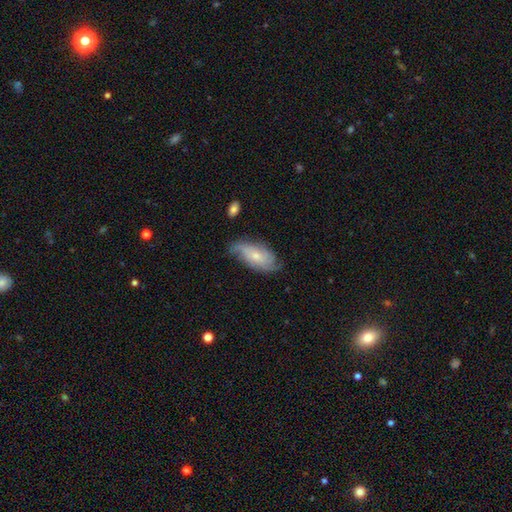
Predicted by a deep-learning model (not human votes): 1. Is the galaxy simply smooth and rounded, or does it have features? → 65% featured or disk, 28% smooth, 6% star or artifact.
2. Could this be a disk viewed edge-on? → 92% no, 8% yes.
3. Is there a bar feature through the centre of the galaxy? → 71% no, 24% weak, 4% strong.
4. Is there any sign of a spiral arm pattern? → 89% yes, 11% no.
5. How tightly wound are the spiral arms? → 38% medium, 35% tight, 27% loose.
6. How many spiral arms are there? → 33% can't tell (tied), 33% 2 (tied), 17% 3, 8% 4, 5% 1, 4% more than 4.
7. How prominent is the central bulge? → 60% small, 35% moderate, 3% none, 2% large, 1% dominant.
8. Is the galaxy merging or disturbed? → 61% none, 28% minor disturbance, 10% major disturbance, 2% merger.